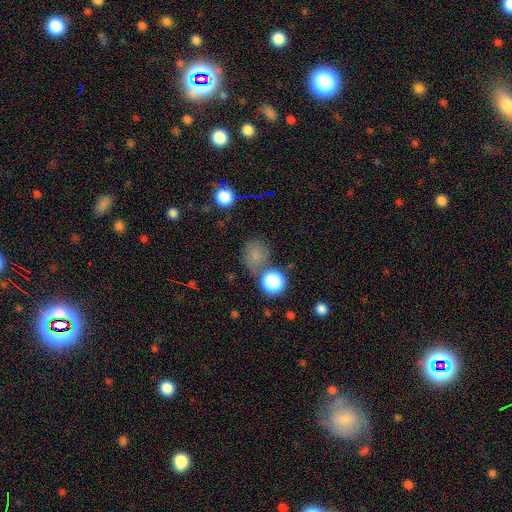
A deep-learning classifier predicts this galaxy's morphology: smooth 69%, star or artifact 23%, featured or disk 8%. Down the decision tree: how rounded — round (80%); merging — none (66%).